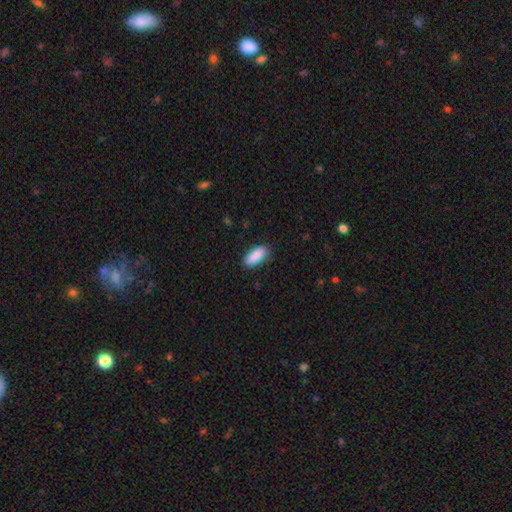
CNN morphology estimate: This is clearly a smooth galaxy (89%). How rounded: likely in between (78%). Merging: clearly none (85%).